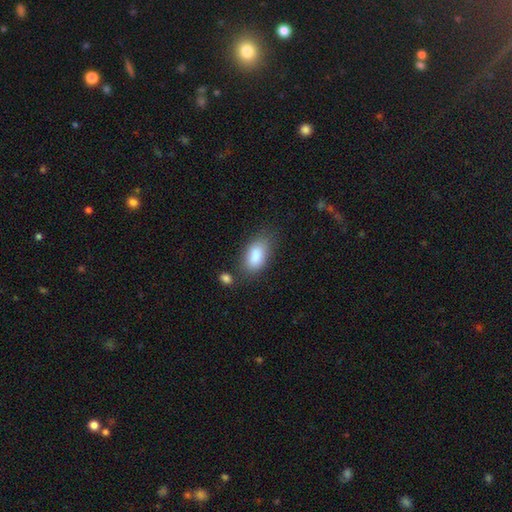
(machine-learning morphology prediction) smooth 87%, star or artifact 7%, featured or disk 6%. Down the decision tree: how rounded — in between (91%); merging — none (65%).